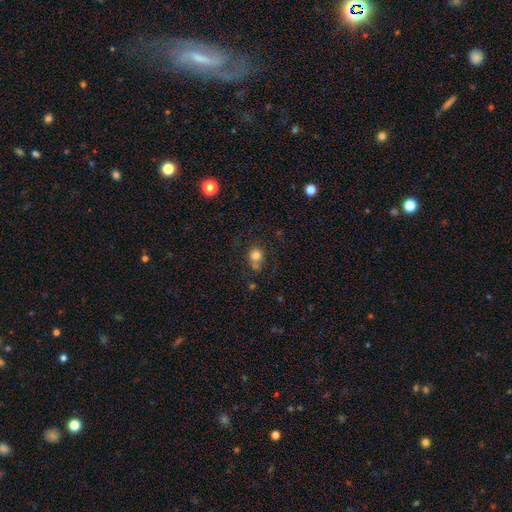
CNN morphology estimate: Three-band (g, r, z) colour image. It shows a smooth galaxy with no disk features (79%) that is round (82%). Merging: none (55%).